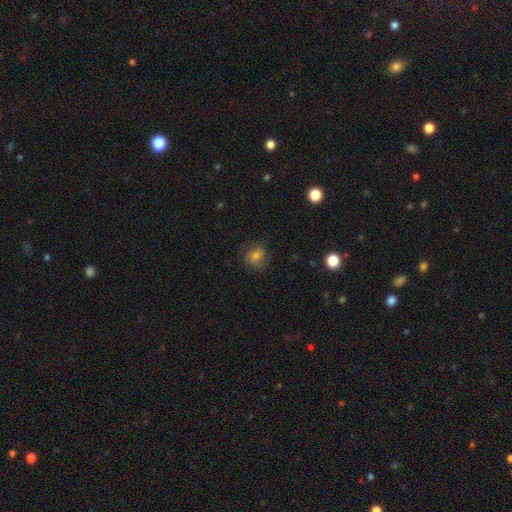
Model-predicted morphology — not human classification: smooth_or_featured: smooth (p=0.60) [alt: featured or disk p=0.26]
how_rounded: round (p=0.66) [alt: in between p=0.33]
merging: none (p=0.70) [alt: minor disturbance p=0.20]